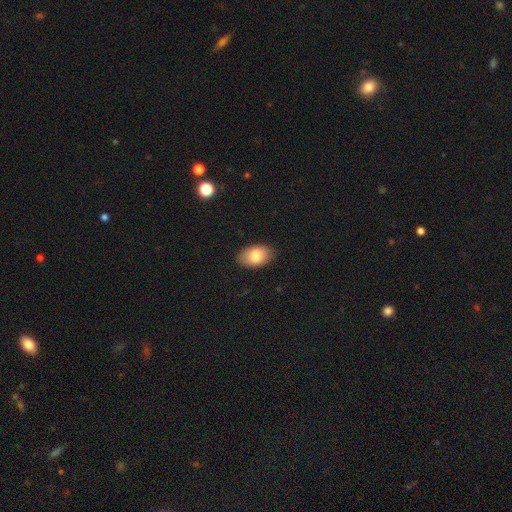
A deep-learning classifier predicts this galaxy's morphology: Q: Smooth or featured?
A: smooth (84%); runner-up: featured or disk (9%)
Q: How rounded?
A: in between (92%); runner-up: round (6%)
Q: Merging?
A: none (84%); runner-up: minor disturbance (13%)